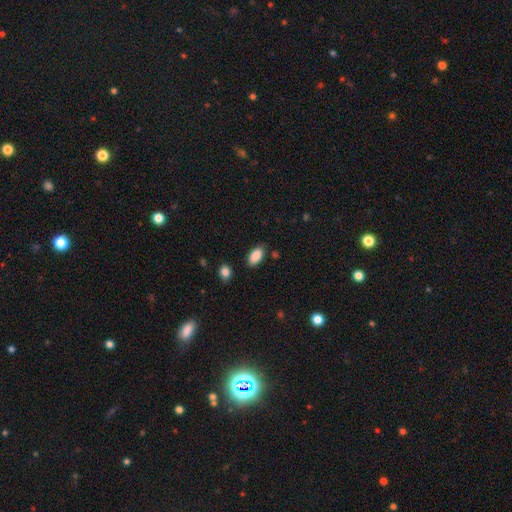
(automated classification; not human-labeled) A smooth galaxy with no disk features (89%) that is in between round and cigar-shaped (93%).

Vote fractions:
- Smooth or featured? smooth: 89% / star or artifact: 7% / featured or disk: 4%
- How rounded? in between: 93% / round: 3% / cigar-shaped: 3%
- Merging? none: 83% / minor disturbance: 12% / major disturbance: 3% / merger: 2%